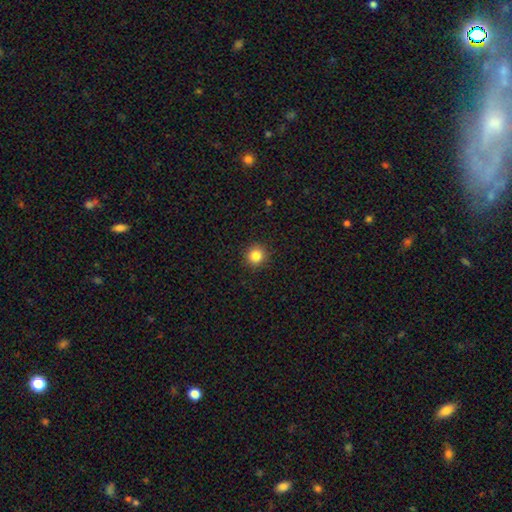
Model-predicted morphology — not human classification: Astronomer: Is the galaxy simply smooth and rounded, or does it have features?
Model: smooth — 84%.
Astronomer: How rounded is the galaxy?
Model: round — 93%.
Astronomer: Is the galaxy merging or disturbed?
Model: none — 92%.